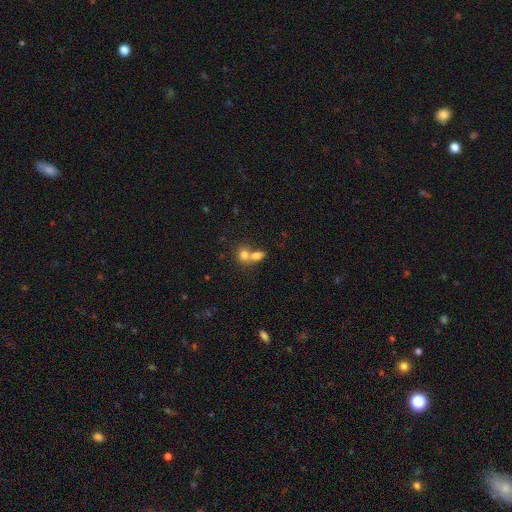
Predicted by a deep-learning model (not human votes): smooth_or_featured: smooth (p=0.75) [alt: featured or disk p=0.13]
how_rounded: in between (p=0.61) [alt: round p=0.36]
merging: merger (p=0.63) [alt: none p=0.27]